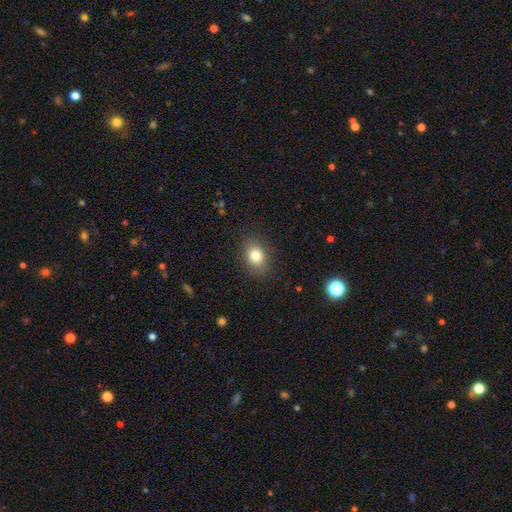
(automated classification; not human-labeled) smooth_or_featured: smooth (p=0.81) [alt: star or artifact p=0.10]
how_rounded: in between (p=0.63) [alt: round p=0.36]
merging: none (p=0.86) [alt: minor disturbance p=0.10]